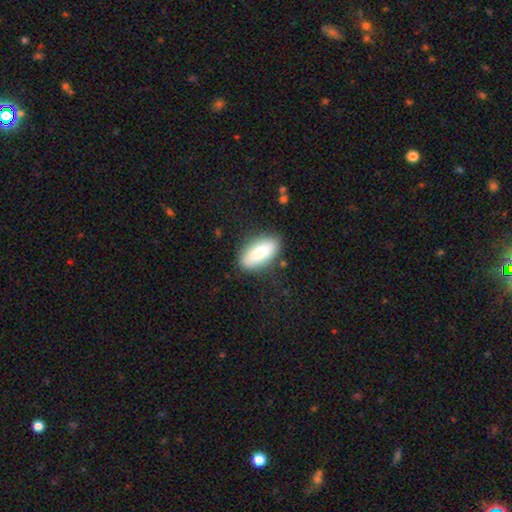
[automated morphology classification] Smooth or featured? smooth (81%)
How rounded? in between (85%)
Merging? none (81%)